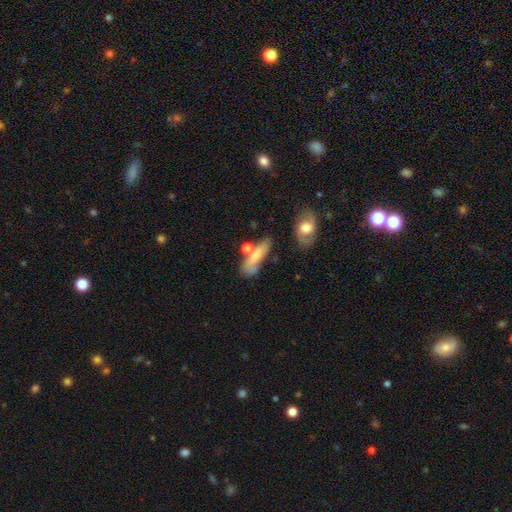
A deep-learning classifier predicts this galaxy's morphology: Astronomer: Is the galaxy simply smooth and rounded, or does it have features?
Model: smooth — 61%.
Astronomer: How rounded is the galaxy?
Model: cigar-shaped — 48% (runner-up: in between, 46%).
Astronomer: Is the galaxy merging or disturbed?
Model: none — 50%.